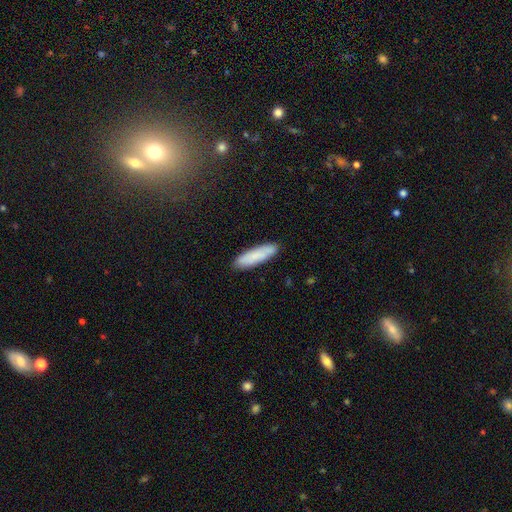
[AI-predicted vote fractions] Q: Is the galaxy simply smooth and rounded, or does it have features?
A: smooth — 80%.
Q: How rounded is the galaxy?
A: cigar-shaped — 71%.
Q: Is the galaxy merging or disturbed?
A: none — 87%.